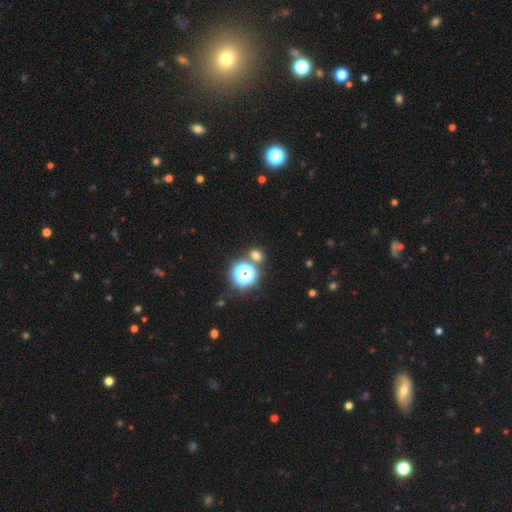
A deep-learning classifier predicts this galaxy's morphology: type=smooth (64%); roundness=round (64%); merging=none (76%).